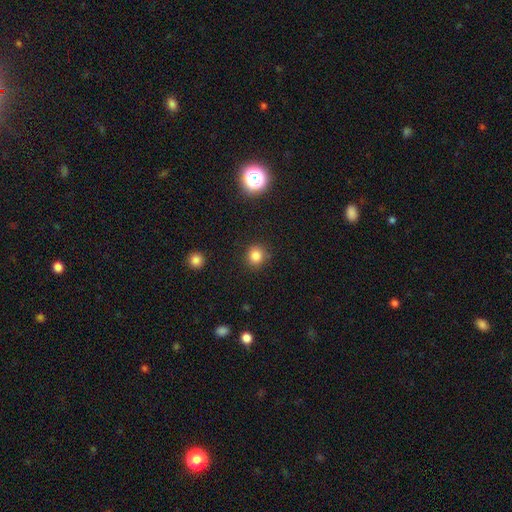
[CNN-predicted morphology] Smooth or featured? Predicted: smooth (p=0.82). How rounded? Predicted: round (p=0.88). Merging? Predicted: none (p=0.87).